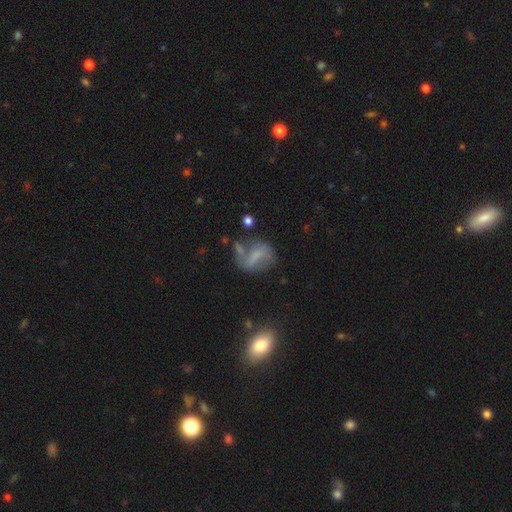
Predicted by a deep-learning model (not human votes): The model was most divided on "smooth or featured": featured or disk: 48%, smooth: 40%, star or artifact: 13%. Remaining: merging — none (44%).